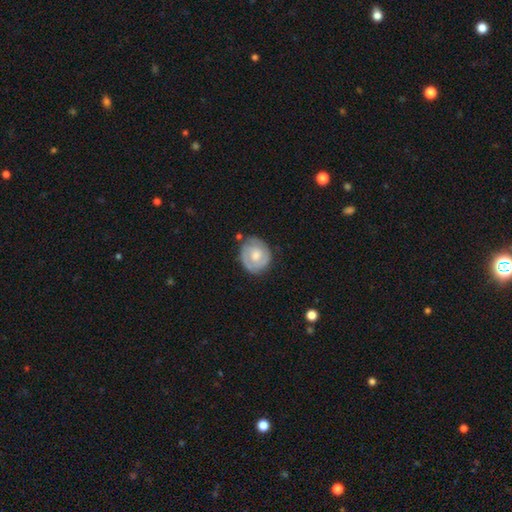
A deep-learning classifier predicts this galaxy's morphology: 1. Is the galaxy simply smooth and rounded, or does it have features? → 52% featured or disk, 42% smooth, 5% star or artifact.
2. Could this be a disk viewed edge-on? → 97% no, 3% yes.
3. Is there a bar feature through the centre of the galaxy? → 75% no, 21% weak, 3% strong.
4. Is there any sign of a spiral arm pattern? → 62% yes, 38% no.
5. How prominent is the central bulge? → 59% moderate, 20% large, 15% small, 4% none, 2% dominant.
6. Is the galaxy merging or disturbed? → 69% none, 22% minor disturbance, 6% major disturbance, 3% merger.